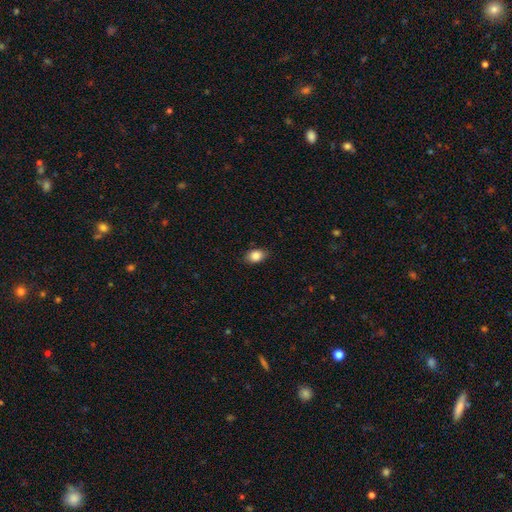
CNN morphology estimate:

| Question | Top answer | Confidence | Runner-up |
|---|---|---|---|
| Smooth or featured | smooth | 86% | star or artifact (8%) |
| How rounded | in between | 81% | round (17%) |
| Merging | none | 85% | minor disturbance (12%) |